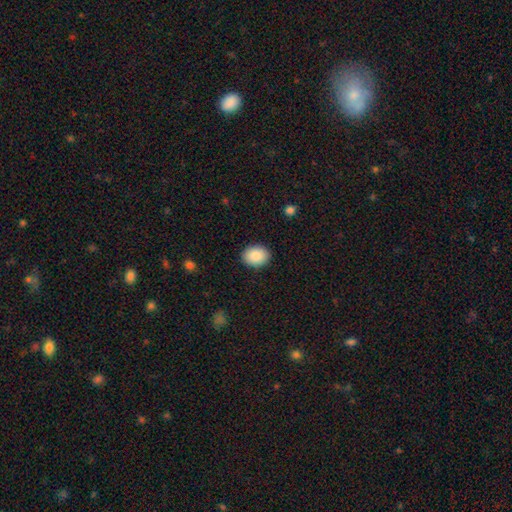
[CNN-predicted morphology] A smooth galaxy with no disk features (90%) that is in between round and cigar-shaped (63%). Merging: none (89%).